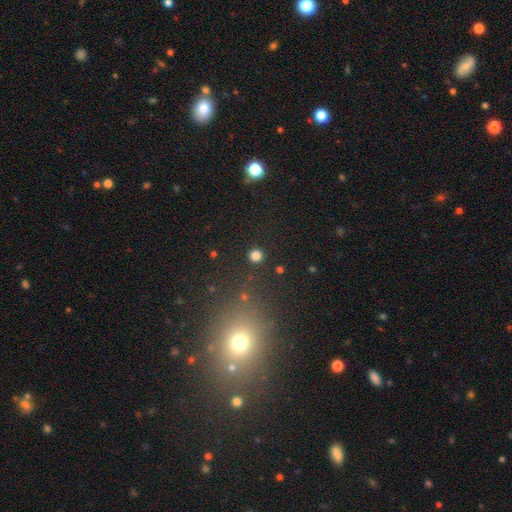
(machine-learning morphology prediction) Overall: smooth (81%). How rounded: round (94%). Merging: none (92%).